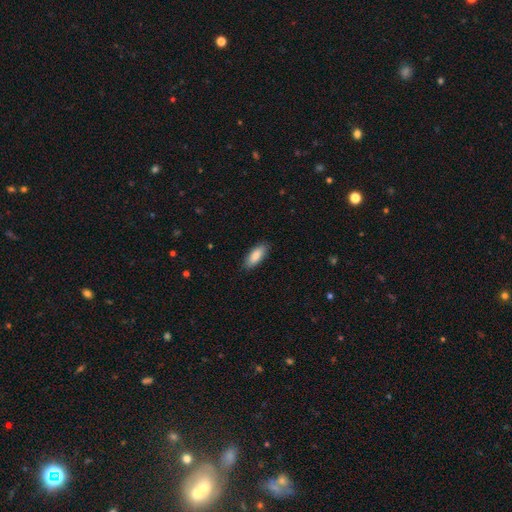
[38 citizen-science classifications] smooth 87%, featured or disk 8%, star or artifact 5%. Down the decision tree: how rounded — in between (85%); merging — none (83%).